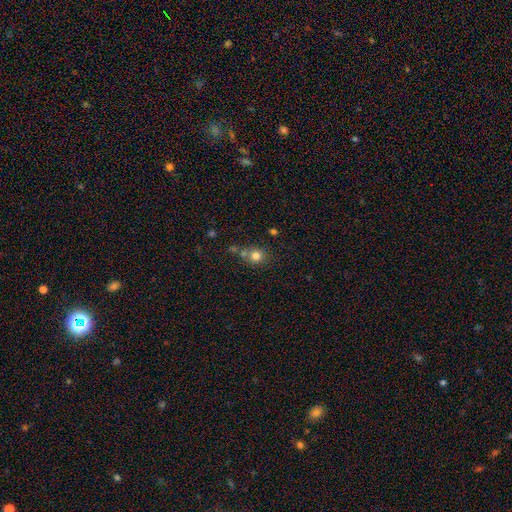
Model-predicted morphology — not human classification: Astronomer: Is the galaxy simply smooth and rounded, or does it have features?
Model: smooth — 78%.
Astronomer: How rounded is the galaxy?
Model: round — 85%.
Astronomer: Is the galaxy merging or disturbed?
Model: none — 59%.